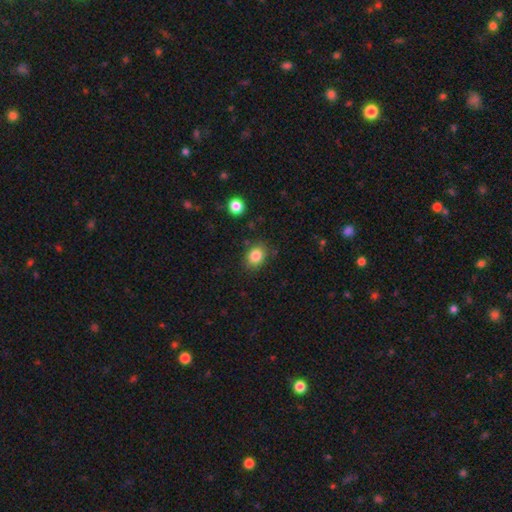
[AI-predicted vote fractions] Smooth or featured?
  - smooth: 85% *
  - star or artifact: 10%
  - featured or disk: 5%
How rounded?
  - in between: 50% *
  - round: 49%
  - cigar-shaped: 1%
Merging?
  - none: 82% *
  - minor disturbance: 12%
  - major disturbance: 3%
  - merger: 2%